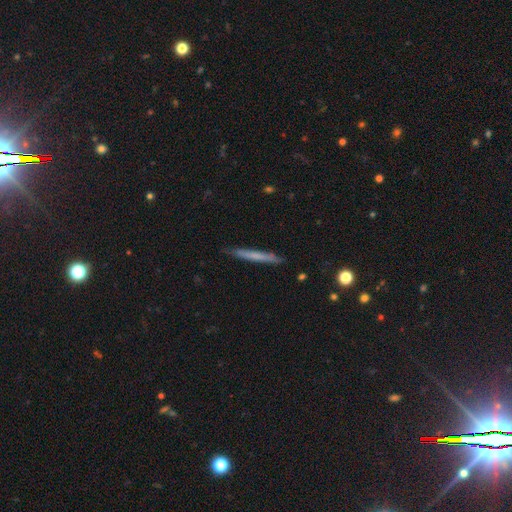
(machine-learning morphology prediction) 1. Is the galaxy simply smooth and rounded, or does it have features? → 59% smooth, 35% featured or disk, 6% star or artifact.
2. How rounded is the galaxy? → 96% cigar-shaped, 2% in between, 1% round.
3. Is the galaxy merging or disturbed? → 87% none, 10% minor disturbance, 2% major disturbance, 1% merger.